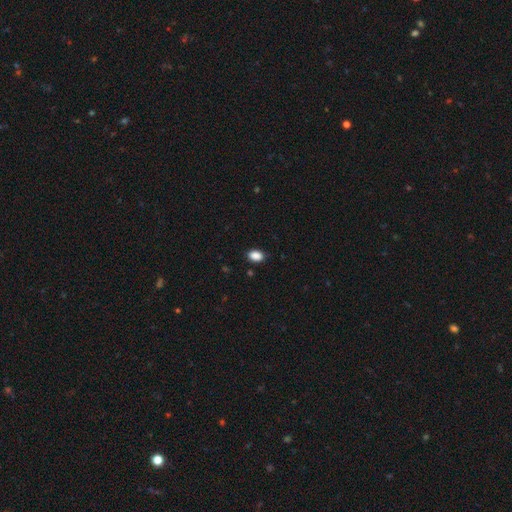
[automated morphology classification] A smooth galaxy with no disk features (88%) that is in between round and cigar-shaped (82%). Merging: none (86%).